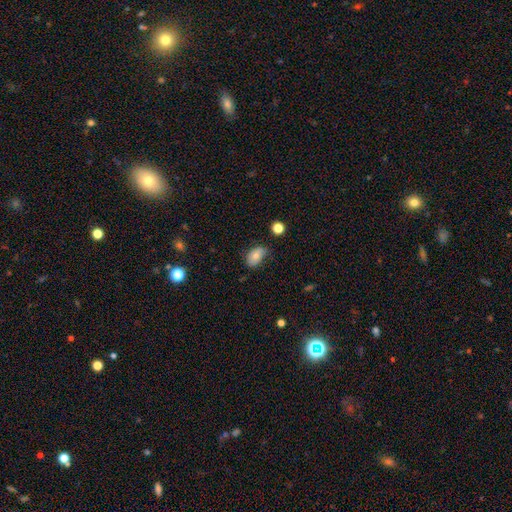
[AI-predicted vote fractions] Smooth or featured? Predicted: smooth (p=0.72). How rounded? Predicted: in between (p=0.89). Merging? Predicted: none (p=0.57).